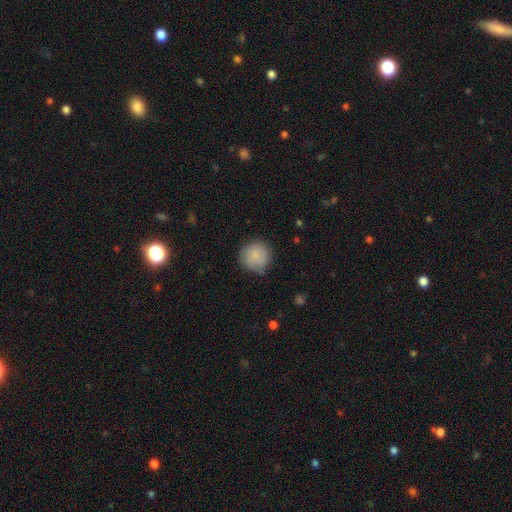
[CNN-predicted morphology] Overall: smooth (81%). How rounded: round (93%). Merging: none (73%).